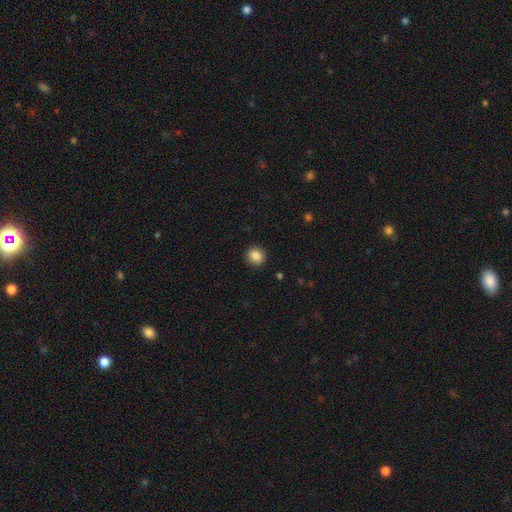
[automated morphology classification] smooth_or_featured: smooth (p=0.87) [alt: star or artifact p=0.09]
how_rounded: round (p=0.82) [alt: in between p=0.17]
merging: none (p=0.91) [alt: minor disturbance p=0.06]